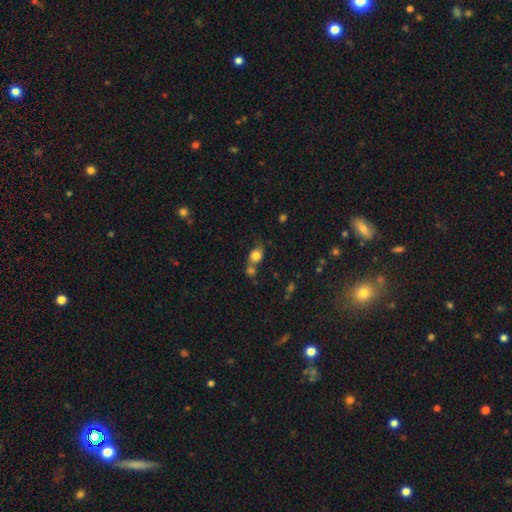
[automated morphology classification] This appears to be a smooth galaxy with no disk features (75%) that is round (52%). Merging: merger (45%).